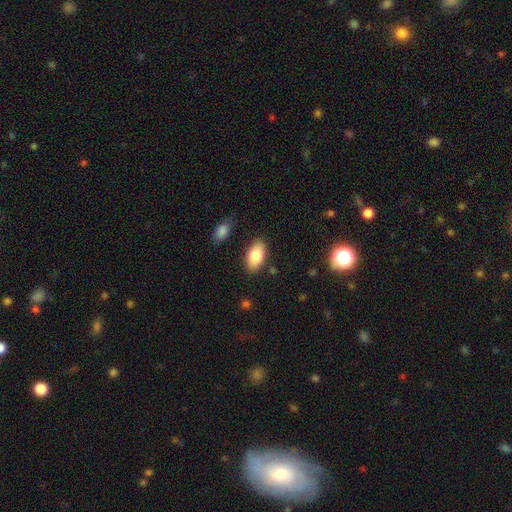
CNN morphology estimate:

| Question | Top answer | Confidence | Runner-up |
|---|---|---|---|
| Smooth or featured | smooth | 81% | featured or disk (12%) |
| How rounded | in between | 94% | round (4%) |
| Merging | none | 85% | minor disturbance (11%) |